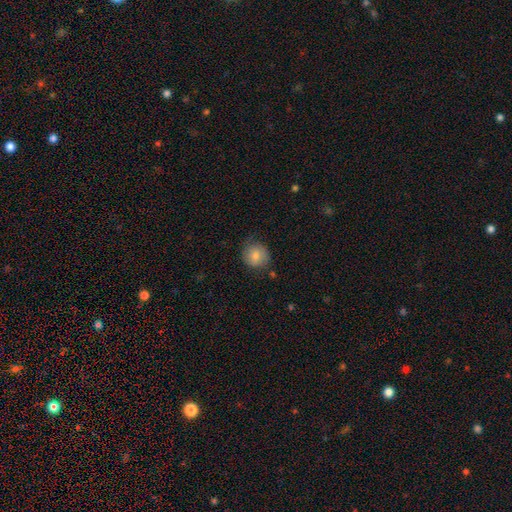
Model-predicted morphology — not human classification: Smooth or featured? smooth (78%)
How rounded? round (87%)
Merging? none (76%)